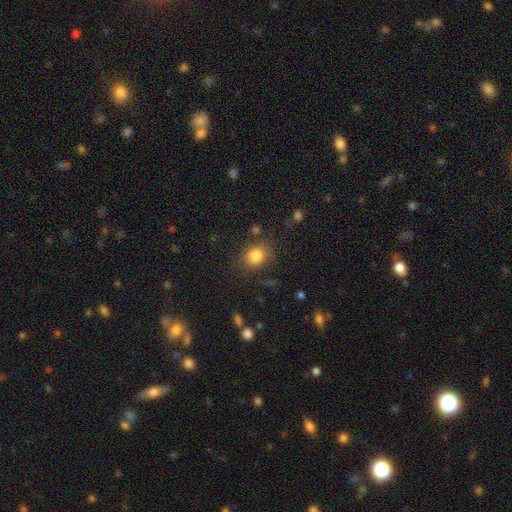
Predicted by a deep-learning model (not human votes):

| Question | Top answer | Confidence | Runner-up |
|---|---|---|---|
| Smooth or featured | smooth | 83% | star or artifact (11%) |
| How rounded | round | 67% | in between (32%) |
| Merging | none | 79% | minor disturbance (13%) |